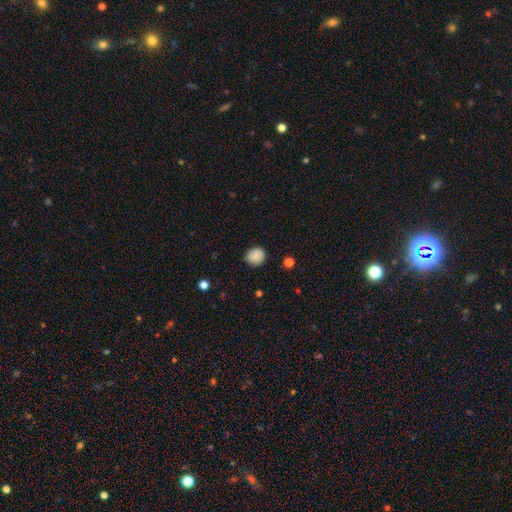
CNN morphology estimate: Smooth or featured? Predicted: smooth (p=0.87). How rounded? Predicted: round (p=0.85). Merging? Predicted: none (p=0.87).